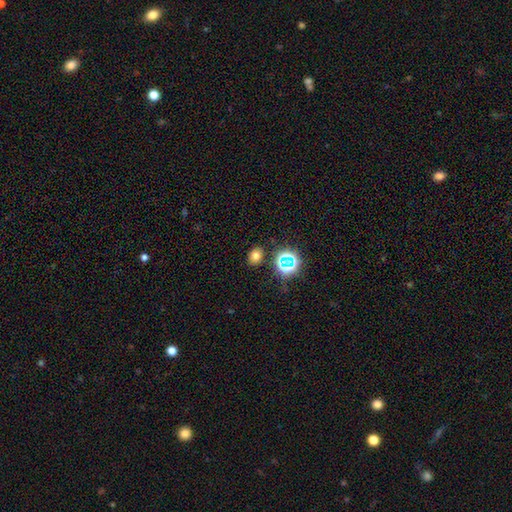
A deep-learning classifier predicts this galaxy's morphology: smooth_or_featured: smooth (p=0.70) [alt: star or artifact p=0.22]
how_rounded: in between (p=0.62) [alt: round p=0.37]
merging: none (p=0.84) [alt: minor disturbance p=0.10]